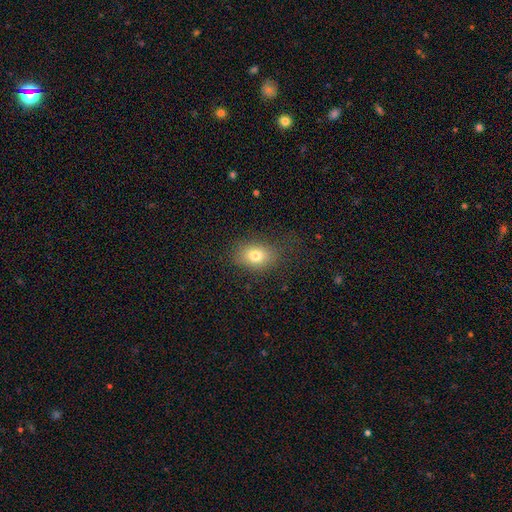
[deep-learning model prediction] Overall: smooth (77%). How rounded: in between (73%). Merging: none (77%).